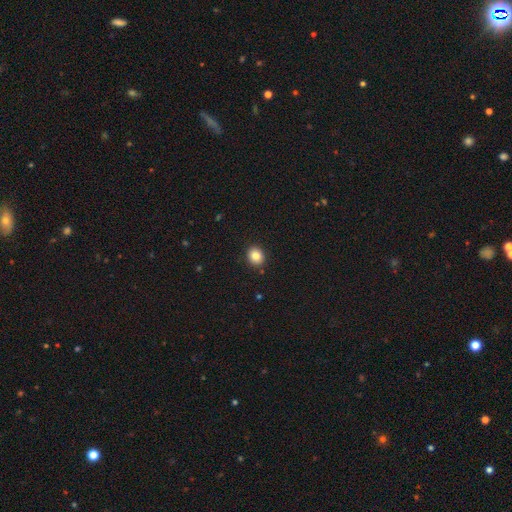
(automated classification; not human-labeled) Smooth or featured?
  - smooth: 82% *
  - star or artifact: 10%
  - featured or disk: 8%
How rounded?
  - round: 73% *
  - in between: 27%
  - cigar-shaped: 1%
Merging?
  - none: 91% *
  - minor disturbance: 6%
  - major disturbance: 2%
  - merger: 1%